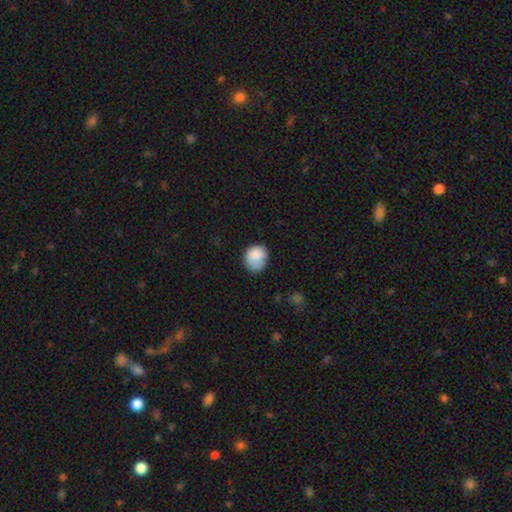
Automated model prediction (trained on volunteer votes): Q: Smooth or featured?
A: smooth (86%); runner-up: star or artifact (7%)
Q: How rounded?
A: round (73%); runner-up: in between (27%)
Q: Merging?
A: none (67%); runner-up: minor disturbance (23%)